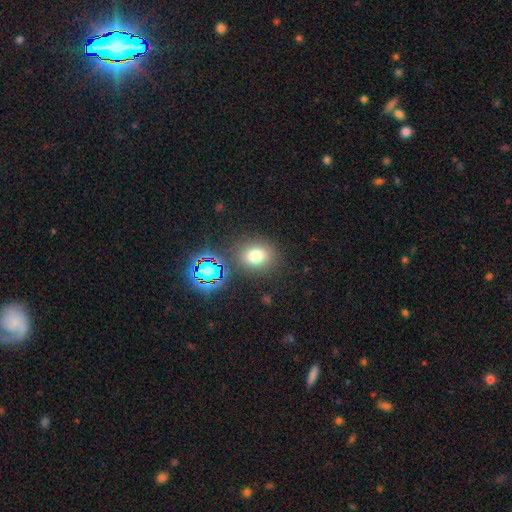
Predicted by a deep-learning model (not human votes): Smooth or featured?
  - smooth: 70% *
  - star or artifact: 21%
  - featured or disk: 9%
How rounded?
  - round: 61% *
  - in between: 38%
  - cigar-shaped: 1%
Merging?
  - none: 83% *
  - minor disturbance: 9%
  - merger: 4%
  - major disturbance: 4%